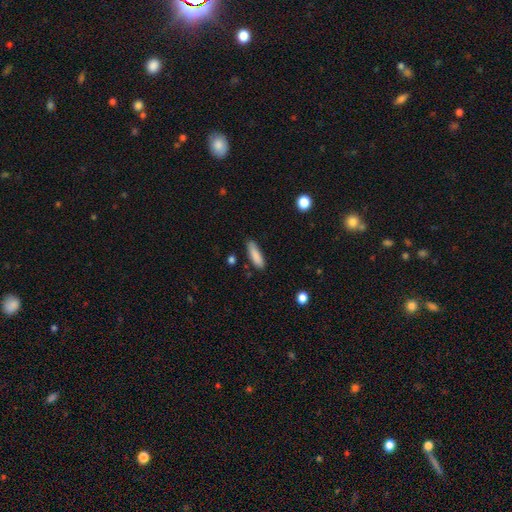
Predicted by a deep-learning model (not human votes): Smooth or featured: smooth — 87% (star or artifact — 7%)
How rounded: cigar-shaped — 59% (in between — 39%)
Merging: none — 82% (minor disturbance — 13%)